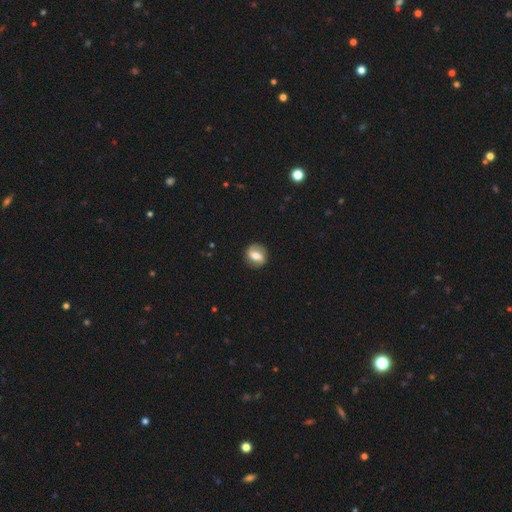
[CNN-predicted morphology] This is possibly a featured or disk galaxy (50%). It is clearly not viewed edge-on (95%). Merging: clearly none (85%).